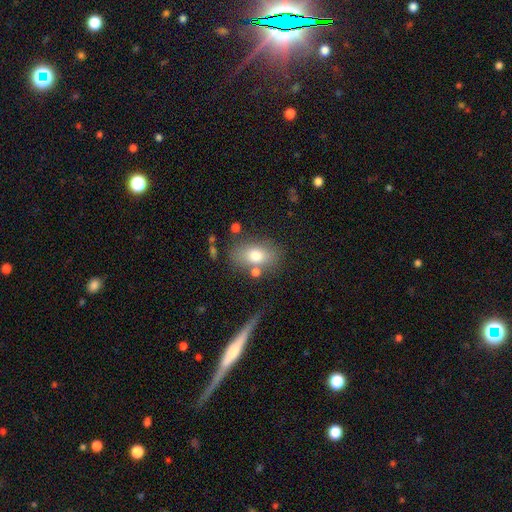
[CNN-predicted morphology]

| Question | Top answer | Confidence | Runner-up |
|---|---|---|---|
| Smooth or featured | smooth | 73% | featured or disk (17%) |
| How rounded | in between | 81% | round (17%) |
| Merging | none | 70% | minor disturbance (15%) |